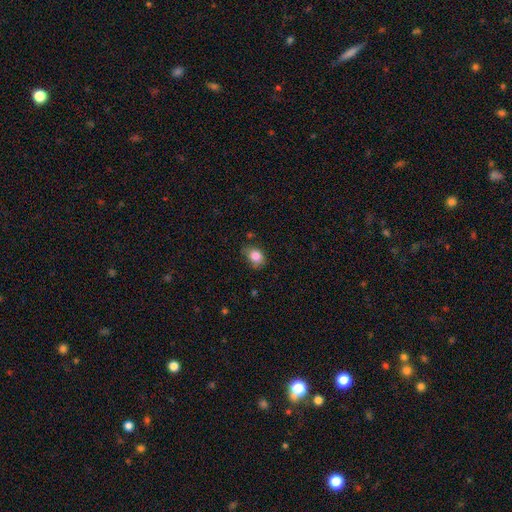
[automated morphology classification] Q: Smooth or featured?
A: smooth (83%); runner-up: star or artifact (9%)
Q: How rounded?
A: in between (65%); runner-up: round (34%)
Q: Merging?
A: none (61%); runner-up: minor disturbance (30%)